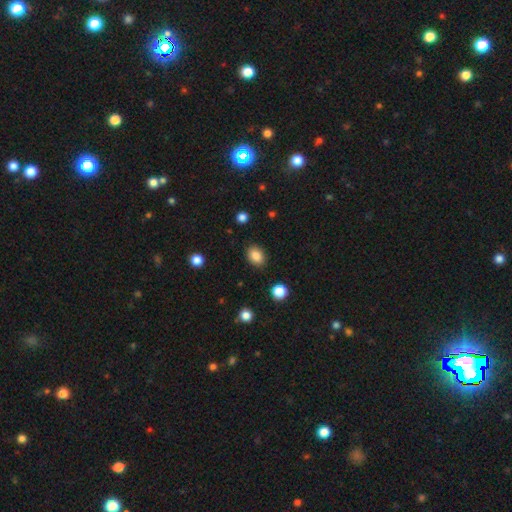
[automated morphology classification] smooth 86%, star or artifact 9%, featured or disk 5%. Down the decision tree: how rounded — in between (64%); merging — none (87%).